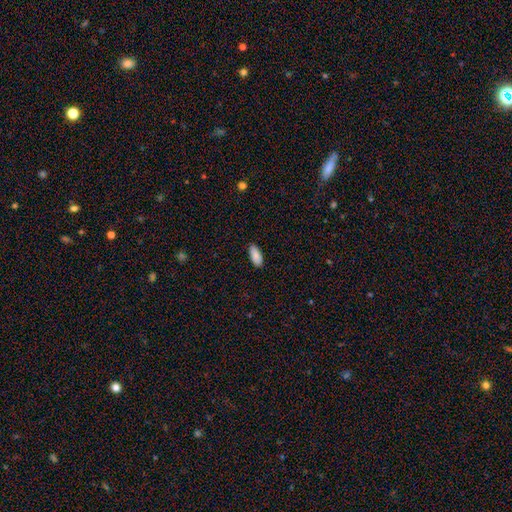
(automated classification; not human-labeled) Smooth or featured? Predicted: smooth (p=0.89). How rounded? Predicted: in between (p=0.87). Merging? Predicted: none (p=0.88).